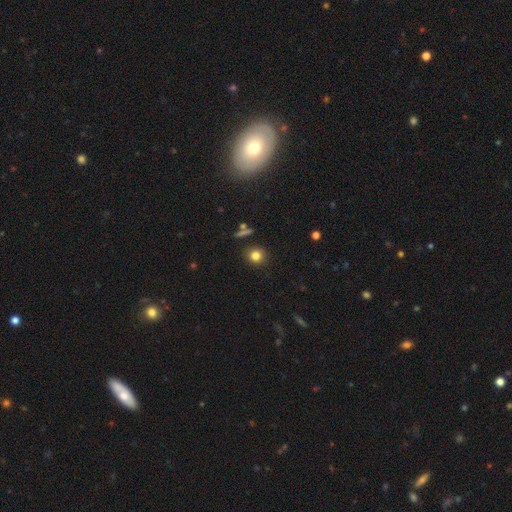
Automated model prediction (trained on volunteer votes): A smooth galaxy with no disk features (80%) that is round (88%).

Vote fractions:
- Smooth or featured? smooth: 80% / star or artifact: 13% / featured or disk: 7%
- How rounded? round: 88% / in between: 11% / cigar-shaped: 1%
- Merging? none: 88% / minor disturbance: 7% / merger: 2% / major disturbance: 2%